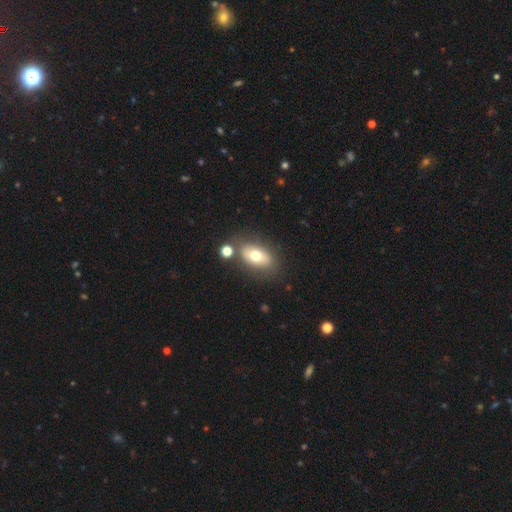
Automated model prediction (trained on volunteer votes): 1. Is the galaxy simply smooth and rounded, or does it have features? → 66% smooth, 25% featured or disk, 9% star or artifact.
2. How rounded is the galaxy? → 86% in between, 10% round, 4% cigar-shaped.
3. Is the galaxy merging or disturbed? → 73% none, 13% minor disturbance, 10% merger, 5% major disturbance.